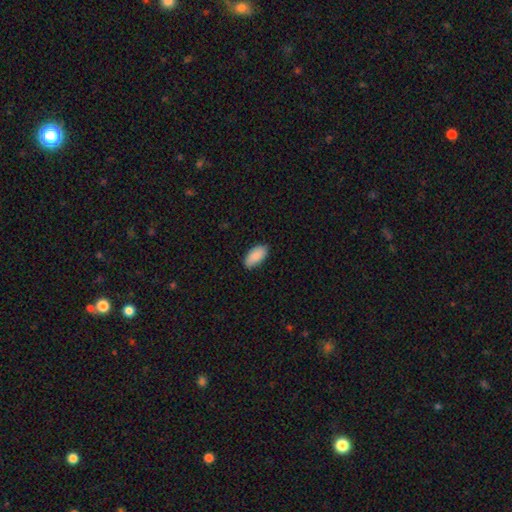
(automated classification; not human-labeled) A smooth galaxy with no disk features (90%) that is in between round and cigar-shaped (94%). Merging: none (87%).